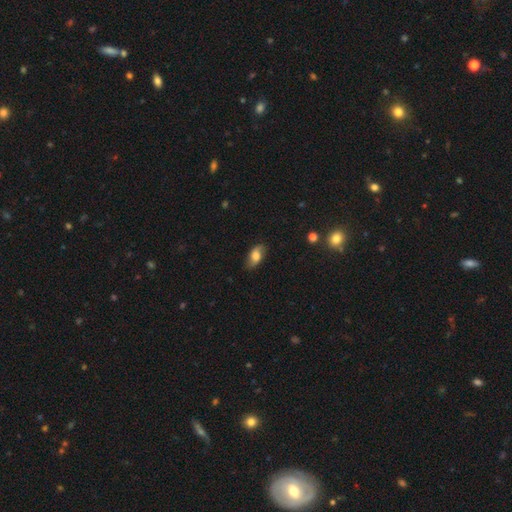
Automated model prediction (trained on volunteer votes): This appears to be a smooth galaxy with no disk features (61%) that is in between round and cigar-shaped (89%). Merging: none (77%).